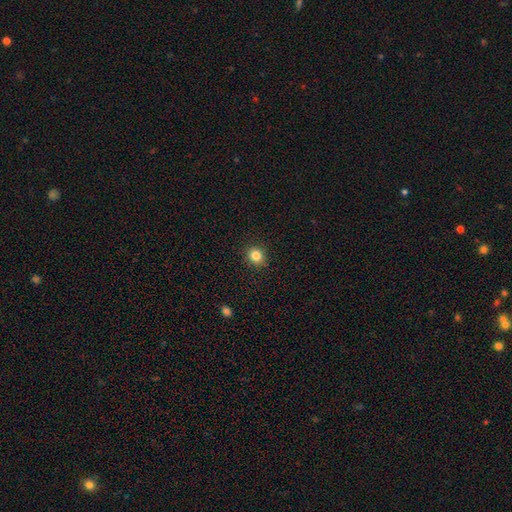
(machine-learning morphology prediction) Overall: smooth (84%). How rounded: round (83%). Merging: none (91%).